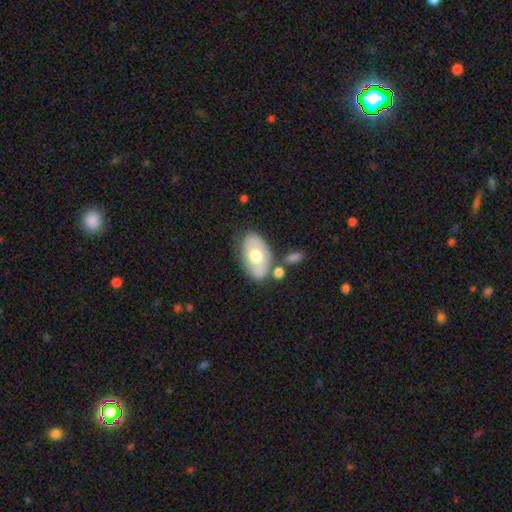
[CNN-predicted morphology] Overall: smooth (50%; featured or disk 44%). How rounded: in between (90%). Merging: none (64%).